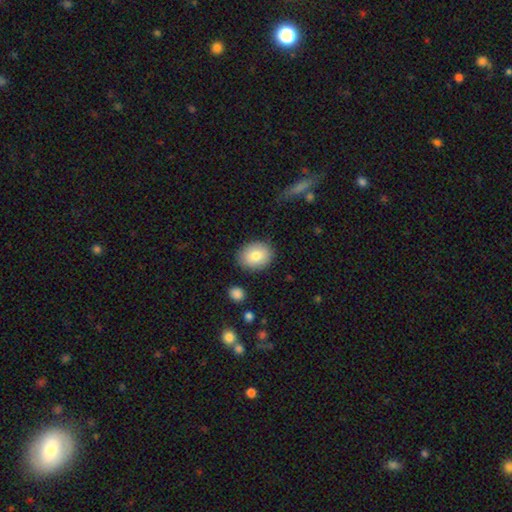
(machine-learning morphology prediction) Overall: smooth (80%). How rounded: in between (55%; round 44%). Merging: none (86%).